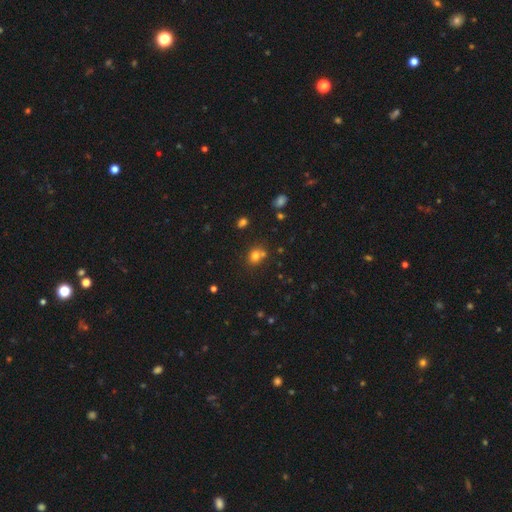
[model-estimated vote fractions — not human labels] Smooth or featured?
  - smooth: 73% *
  - star or artifact: 17%
  - featured or disk: 9%
How rounded?
  - round: 69% *
  - in between: 30%
  - cigar-shaped: 1%
Merging?
  - none: 55% *
  - merger: 30%
  - minor disturbance: 11%
  - major disturbance: 4%